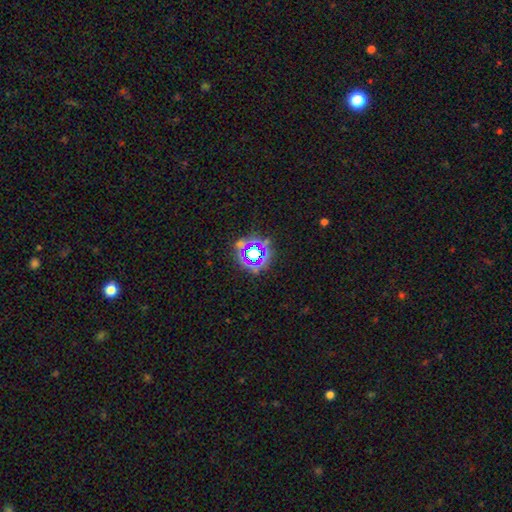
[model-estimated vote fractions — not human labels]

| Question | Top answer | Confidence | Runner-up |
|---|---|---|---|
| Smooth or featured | star or artifact | 70% | smooth (18%) |